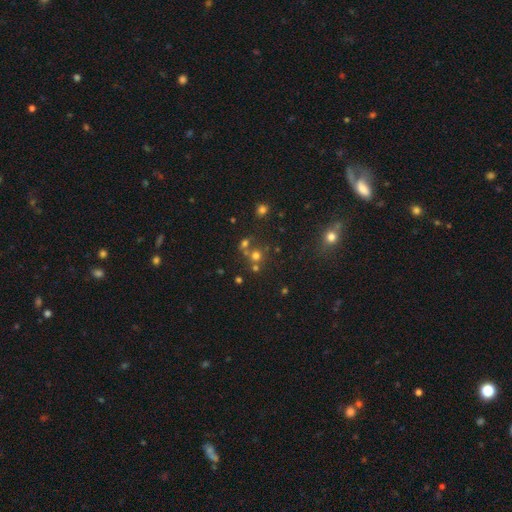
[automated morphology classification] smooth-or-featured: smooth: 59% | star or artifact: 28% | featured or disk: 13%
  how-rounded: round: 88% | in between: 11% | cigar-shaped: 1%
  merging: none: 57% | merger: 31% | minor disturbance: 8% | major disturbance: 4%